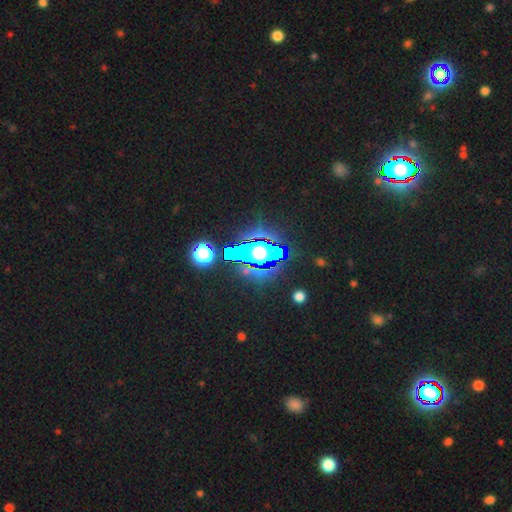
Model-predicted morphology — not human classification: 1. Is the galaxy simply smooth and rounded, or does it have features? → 72% star or artifact, 15% smooth, 13% featured or disk.